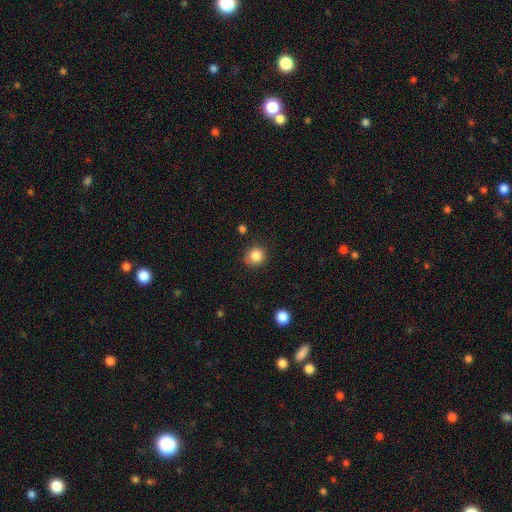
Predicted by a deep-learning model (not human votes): smooth_or_featured: smooth (p=0.86) [alt: star or artifact p=0.10]
how_rounded: round (p=0.89) [alt: in between p=0.10]
merging: none (p=0.79) [alt: minor disturbance p=0.15]